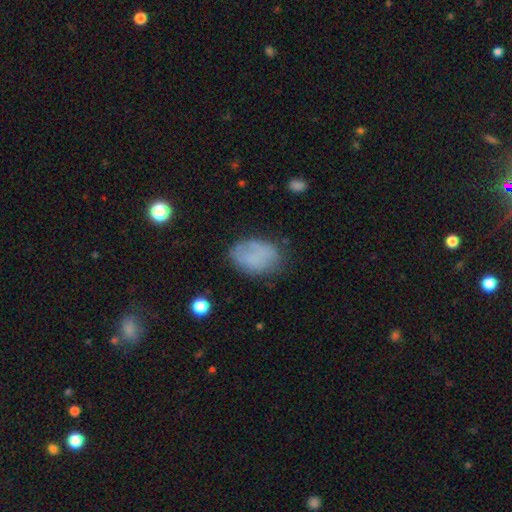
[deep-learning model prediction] Smooth or featured: smooth — 73% (featured or disk — 17%)
How rounded: in between — 84% (round — 15%)
Merging: none — 61% (minor disturbance — 26%)